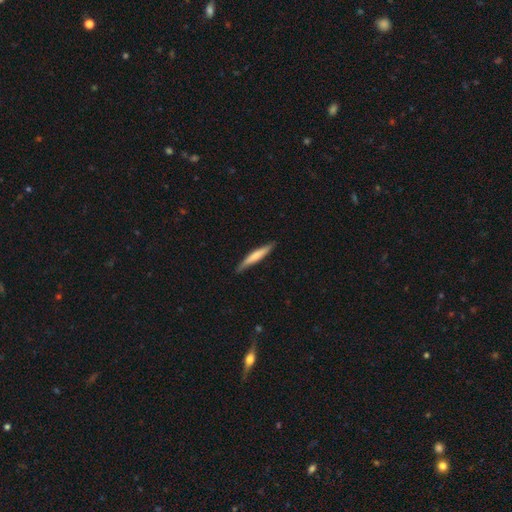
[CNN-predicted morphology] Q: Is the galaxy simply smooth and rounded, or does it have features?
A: smooth — 61%.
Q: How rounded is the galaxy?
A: cigar-shaped — 94%.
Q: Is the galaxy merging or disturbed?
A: none — 86%.